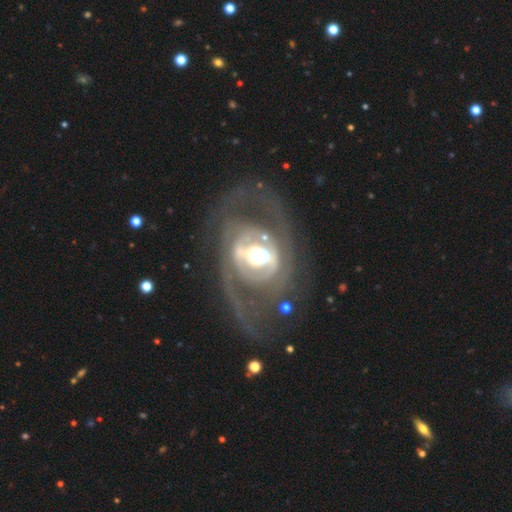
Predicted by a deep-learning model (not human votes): Smooth or featured? Predicted: featured or disk (p=0.81). Edge-on disk? Predicted: no (p=0.95). Bar? Predicted: no (p=0.43). Spiral arms? Predicted: yes (p=0.64). Bulge size? Predicted: moderate (p=0.51). Merging? Predicted: none (p=0.52).